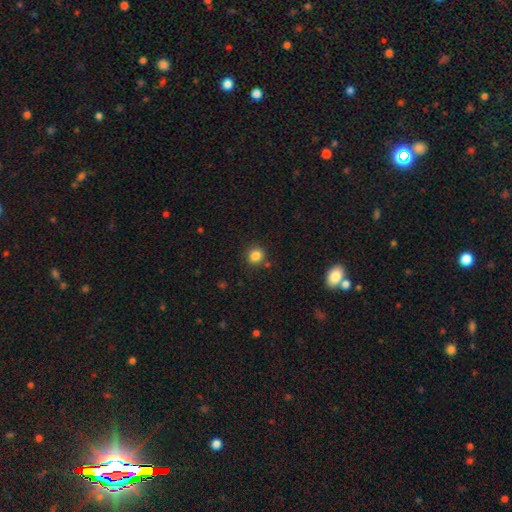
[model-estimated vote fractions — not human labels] This is clearly a smooth galaxy (84%). How rounded: clearly round (87%). Merging: clearly none (84%).